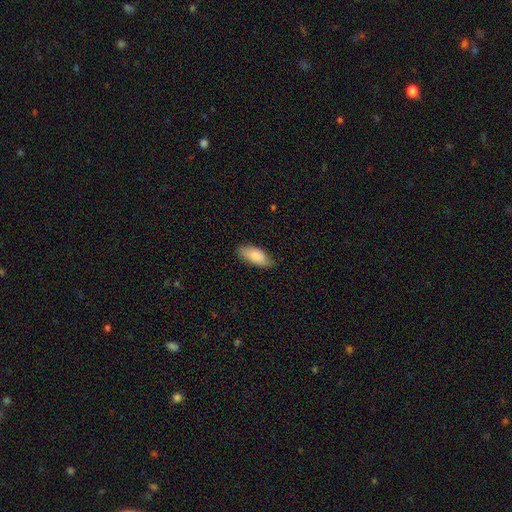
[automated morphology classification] Overall: smooth (86%). How rounded: in between (83%). Merging: none (79%).